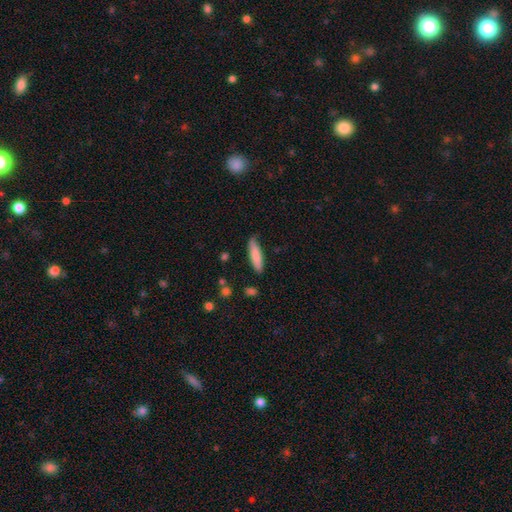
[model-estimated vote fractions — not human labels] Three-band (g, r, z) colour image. It shows a smooth galaxy with no disk features (81%) that is cigar-shaped (74%). Merging: none (75%).